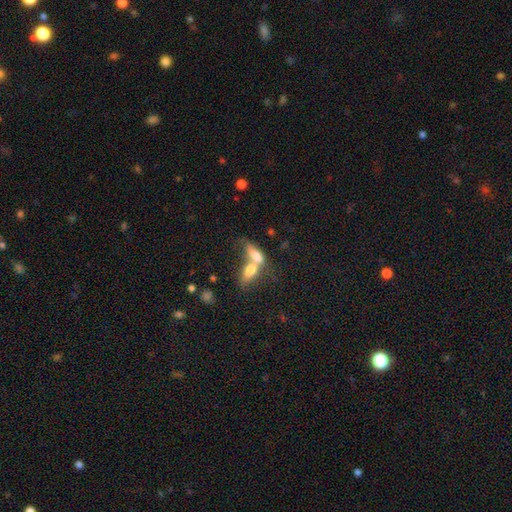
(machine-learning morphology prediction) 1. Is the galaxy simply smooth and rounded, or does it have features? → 72% smooth, 20% featured or disk, 8% star or artifact.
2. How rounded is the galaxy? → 70% in between, 24% cigar-shaped, 5% round.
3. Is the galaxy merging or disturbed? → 72% merger, 16% none, 6% minor disturbance, 5% major disturbance.